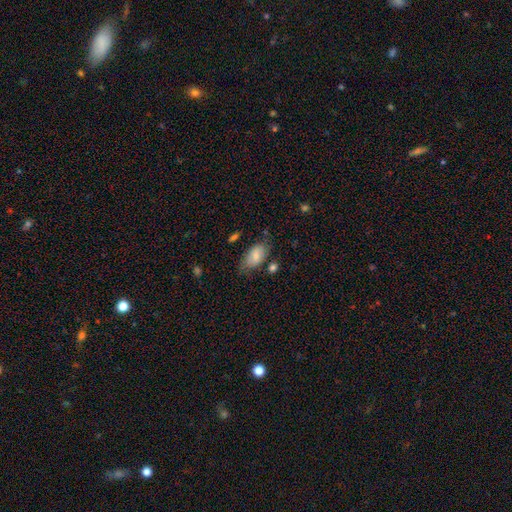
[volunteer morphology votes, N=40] This appears to be a smooth galaxy with no disk features (72%) that is in between round and cigar-shaped (93%). Merging: none (51%).